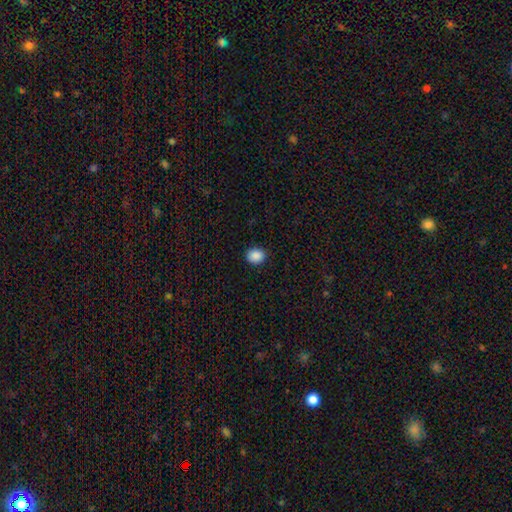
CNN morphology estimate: type=smooth (89%); roundness=round (62%); merging=none (90%).